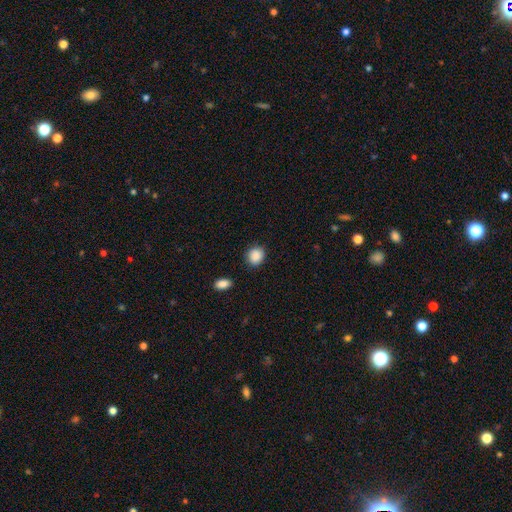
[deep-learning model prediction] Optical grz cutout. It shows a smooth galaxy with no disk features (89%) that is round (74%). Merging: none (85%).